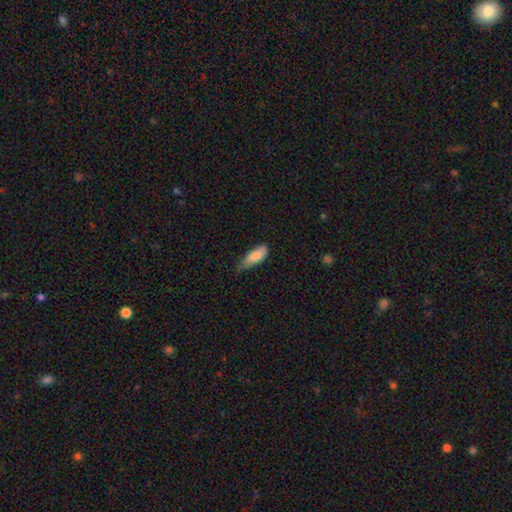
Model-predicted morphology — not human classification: Smooth or featured?
  - smooth: 82% *
  - featured or disk: 12%
  - star or artifact: 6%
How rounded?
  - in between: 73% *
  - cigar-shaped: 25%
  - round: 2%
Merging?
  - minor disturbance: 48% *
  - none: 39%
  - major disturbance: 11%
  - merger: 2%